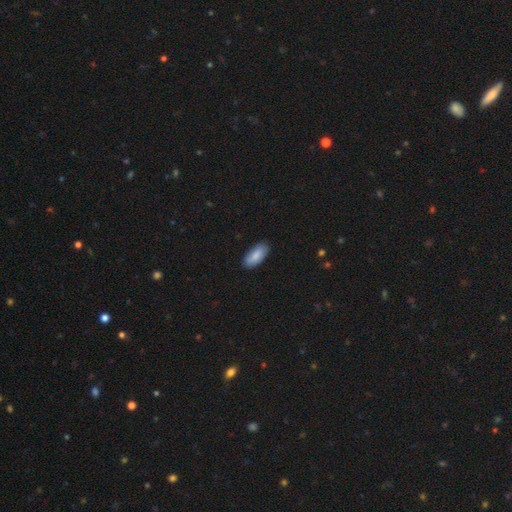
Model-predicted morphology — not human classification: type=smooth (83%); roundness=in between (89%); merging=none (84%).